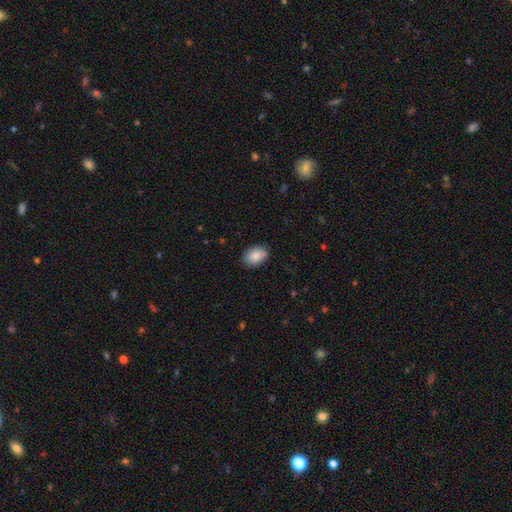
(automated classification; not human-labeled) smooth 87%, star or artifact 7%, featured or disk 6%. Down the decision tree: how rounded — in between (83%); merging — none (84%).